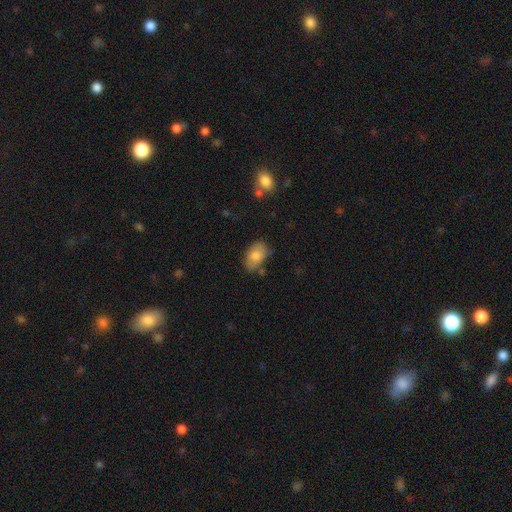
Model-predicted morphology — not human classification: This is likely a smooth galaxy (77%). How rounded: clearly in between (91%). Merging: likely none (70%).